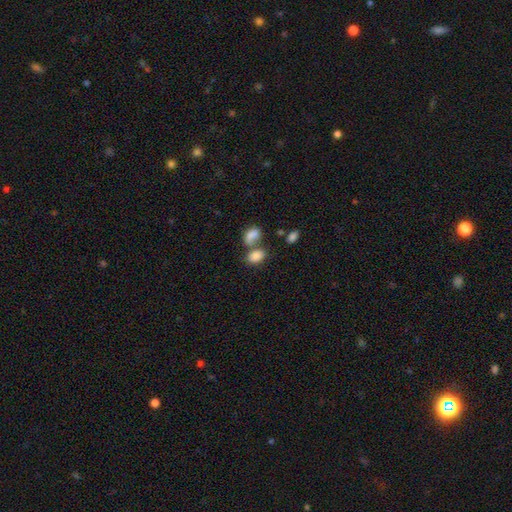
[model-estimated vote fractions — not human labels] Smooth or featured? smooth (83%)
How rounded? in between (85%)
Merging? merger (48%)